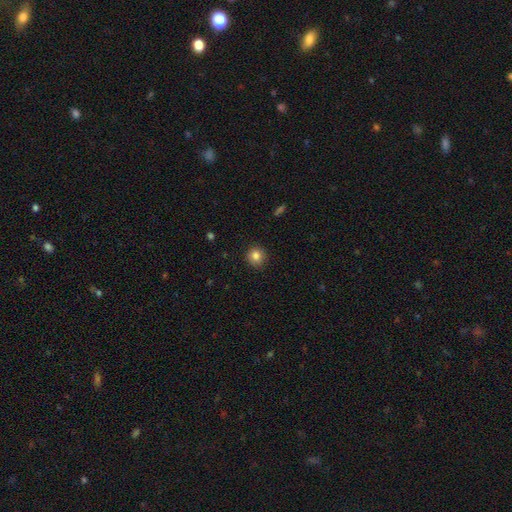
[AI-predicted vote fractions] The model was most divided on "smooth or featured": smooth: 83%, star or artifact: 11%, featured or disk: 6%. More confident: how rounded — round (92%); merging — none (90%).